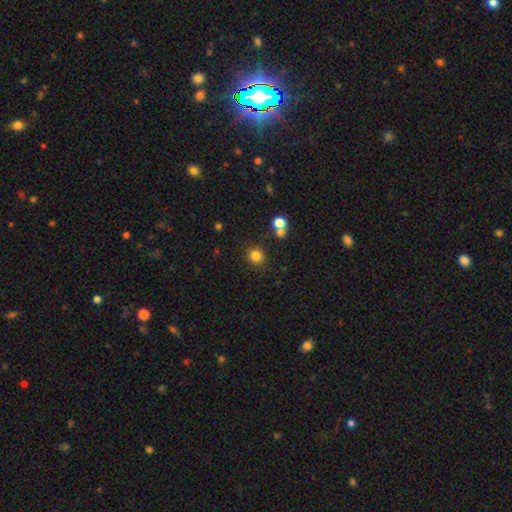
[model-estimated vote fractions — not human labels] Smooth or featured: smooth — 82% (star or artifact — 13%)
How rounded: round — 90% (in between — 9%)
Merging: none — 84% (minor disturbance — 7%)